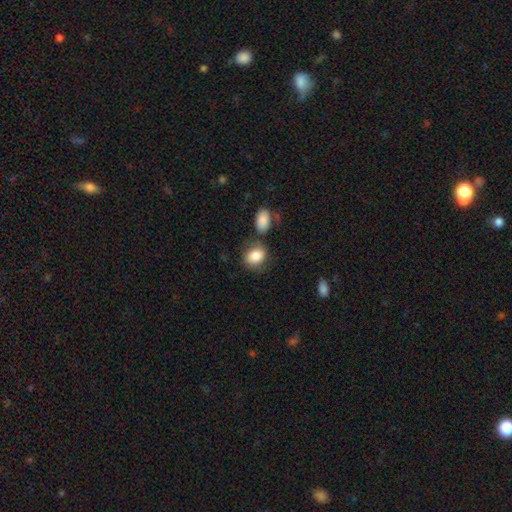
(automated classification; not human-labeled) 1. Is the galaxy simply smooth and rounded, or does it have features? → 84% smooth, 9% featured or disk, 7% star or artifact.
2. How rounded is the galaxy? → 50% in between, 48% round, 1% cigar-shaped.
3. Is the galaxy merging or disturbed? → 58% none, 19% minor disturbance, 16% merger, 7% major disturbance.